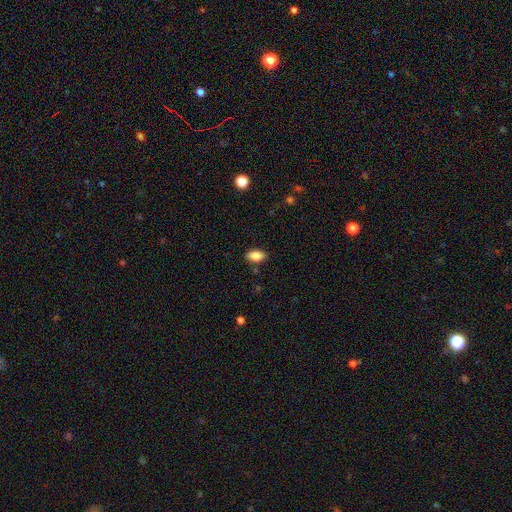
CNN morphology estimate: Overall: smooth (83%). How rounded: in between (89%). Merging: none (85%).